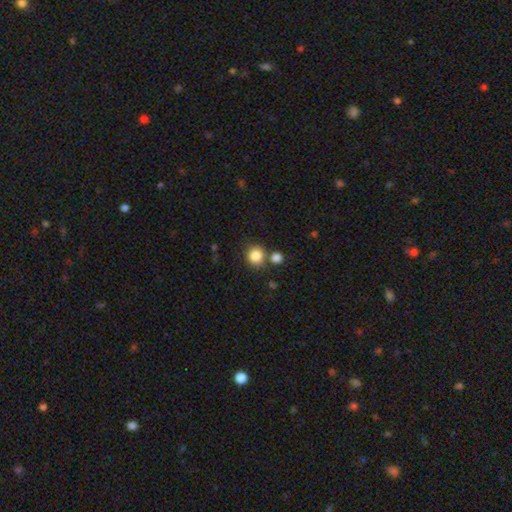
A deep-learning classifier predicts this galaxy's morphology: The model was most divided on "merging": none: 72%, merger: 17%, minor disturbance: 9%, major disturbance: 3%. More confident: how rounded — round (91%); smooth or featured — smooth (84%).